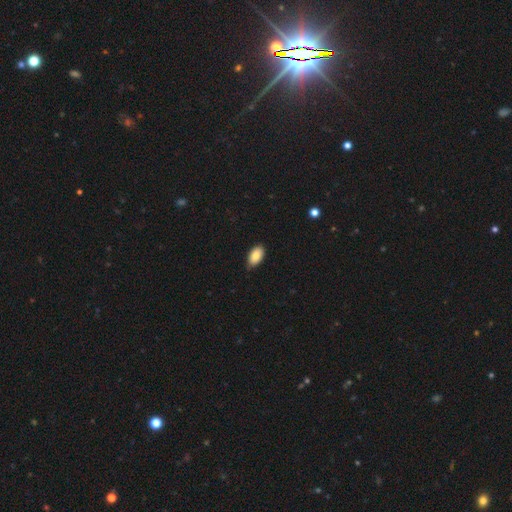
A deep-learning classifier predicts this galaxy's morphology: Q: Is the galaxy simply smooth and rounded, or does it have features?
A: smooth — 86%.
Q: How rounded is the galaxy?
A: in between — 94%.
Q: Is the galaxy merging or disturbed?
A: none — 81%.